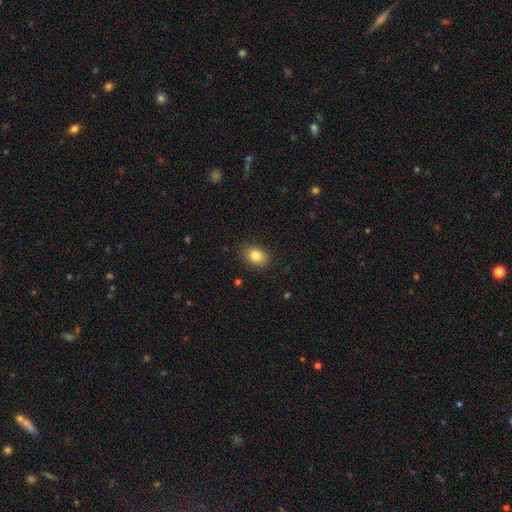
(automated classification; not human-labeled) smooth-or-featured: smooth: 84% | star or artifact: 9% | featured or disk: 7%
  how-rounded: in between: 67% | round: 32% | cigar-shaped: 1%
  merging: none: 85% | minor disturbance: 11% | major disturbance: 2% | merger: 1%